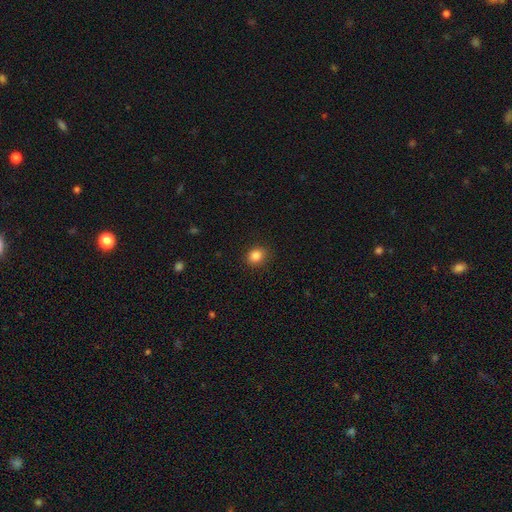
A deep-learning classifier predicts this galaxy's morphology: type=smooth (86%); roundness=round (68%); merging=none (88%).